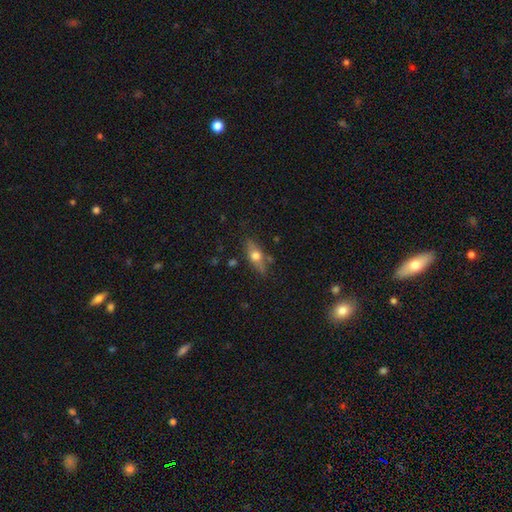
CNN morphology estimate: Smooth or featured: smooth — 55% (featured or disk — 37%)
How rounded: in between — 66% (cigar-shaped — 27%)
Merging: none — 76% (minor disturbance — 16%)